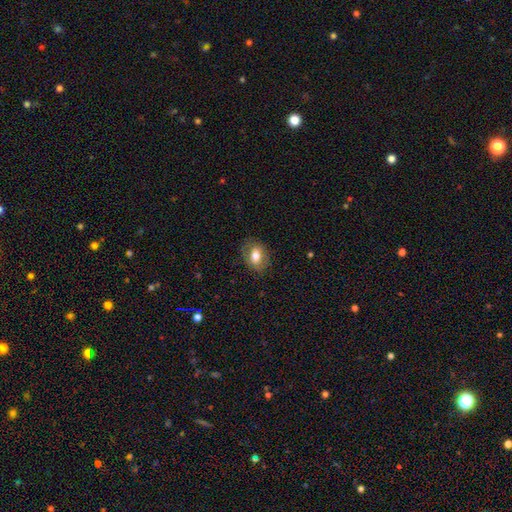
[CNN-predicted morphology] Smooth or featured?
  - smooth: 68% *
  - featured or disk: 24%
  - star or artifact: 8%
How rounded?
  - in between: 75% *
  - round: 23%
  - cigar-shaped: 2%
Merging?
  - none: 81% *
  - minor disturbance: 14%
  - major disturbance: 5%
  - merger: 1%